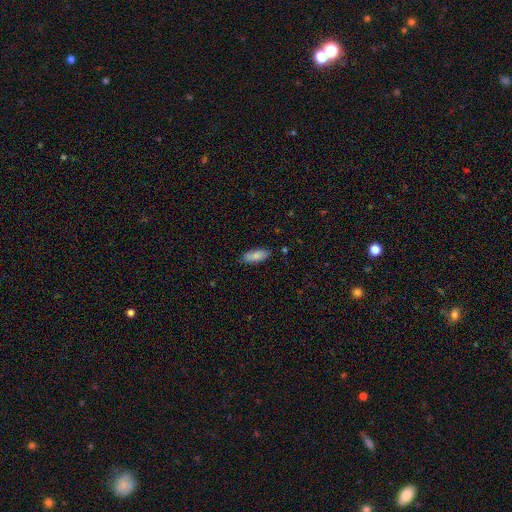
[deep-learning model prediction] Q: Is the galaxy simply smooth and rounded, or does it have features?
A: smooth — 84%.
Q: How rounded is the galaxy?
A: in between — 72%.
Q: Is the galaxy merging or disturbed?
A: none — 81%.